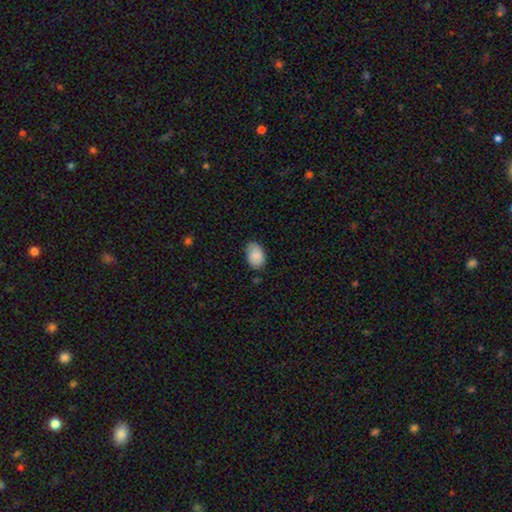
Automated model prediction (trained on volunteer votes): Morphology: type=smooth (86%); roundness=in between (86%); merging=none (68%).